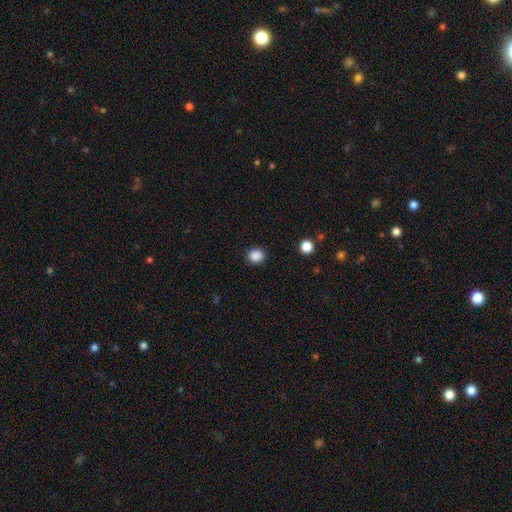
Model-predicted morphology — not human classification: This appears to be a smooth galaxy with no disk features (87%) that is round (85%). Merging: none (90%).